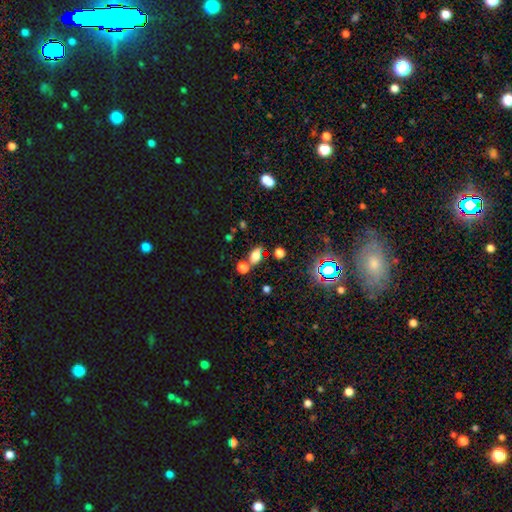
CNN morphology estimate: type=smooth (62%); roundness=in between (67%); merging=none (63%).